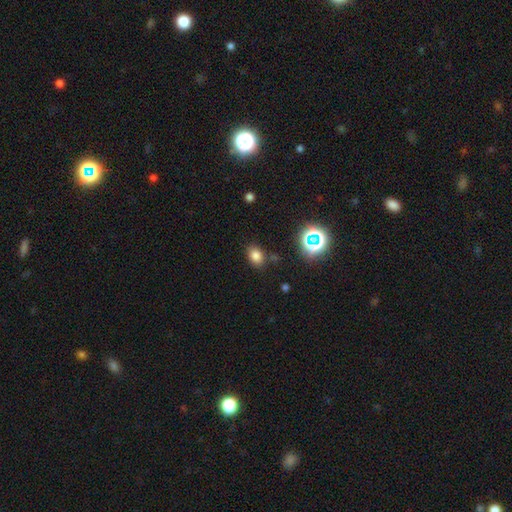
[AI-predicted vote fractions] Smooth or featured? smooth (76%)
How rounded? in between (71%)
Merging? none (81%)